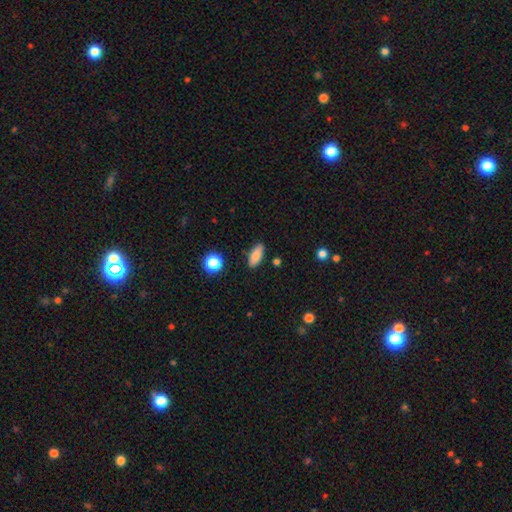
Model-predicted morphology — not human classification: smooth_or_featured: smooth (p=0.82) [alt: featured or disk p=0.10]
how_rounded: in between (p=0.77) [alt: cigar-shaped p=0.19]
merging: none (p=0.85) [alt: minor disturbance p=0.10]